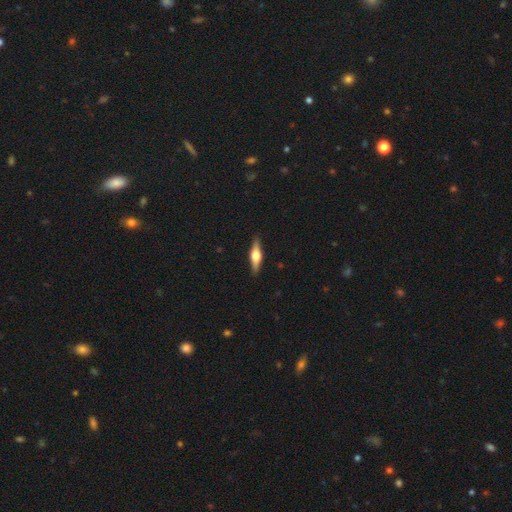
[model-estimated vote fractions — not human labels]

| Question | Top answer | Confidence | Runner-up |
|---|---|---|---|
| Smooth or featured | featured or disk | 64% | smooth (30%) |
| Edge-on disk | yes | 97% | no (3%) |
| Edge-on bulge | rounded | 93% | boxy (5%) |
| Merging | none | 90% | minor disturbance (7%) |